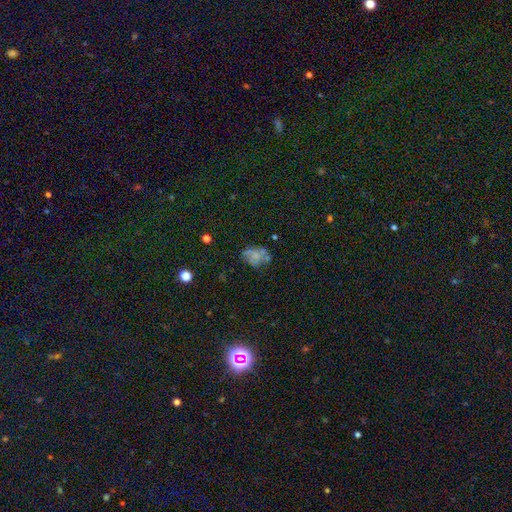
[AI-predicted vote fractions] Q: Smooth or featured?
A: smooth (43%); runner-up: featured or disk (39%)
Q: Merging?
A: none (44%); runner-up: minor disturbance (25%)